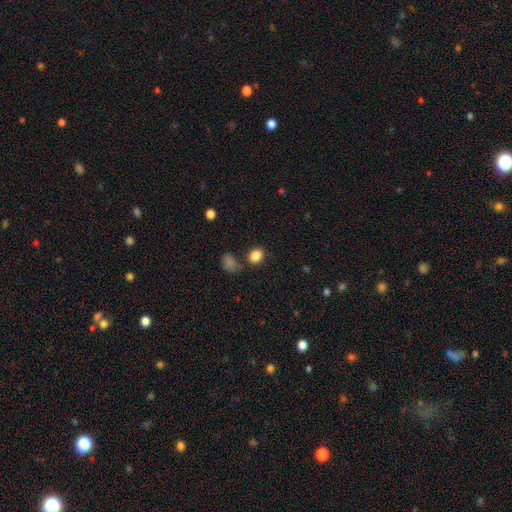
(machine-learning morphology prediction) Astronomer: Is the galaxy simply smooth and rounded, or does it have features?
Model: smooth — 85%.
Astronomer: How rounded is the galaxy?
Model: in between — 63%.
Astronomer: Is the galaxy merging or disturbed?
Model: none — 73%.